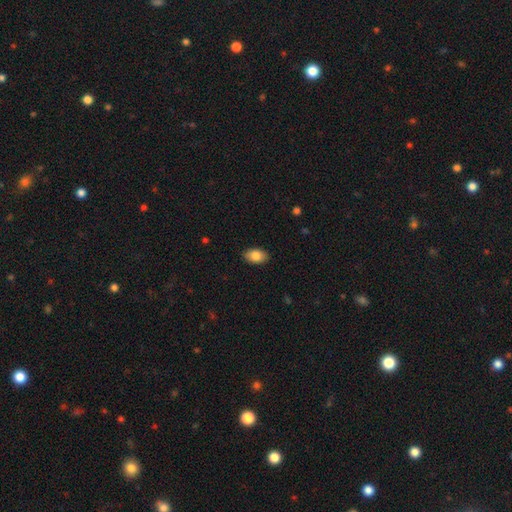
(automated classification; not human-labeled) A smooth galaxy with no disk features (84%) that is in between round and cigar-shaped (92%).

Vote fractions:
- Smooth or featured? smooth: 84% / featured or disk: 9% / star or artifact: 7%
- How rounded? in between: 92% / round: 7% / cigar-shaped: 1%
- Merging? none: 88% / minor disturbance: 9% / major disturbance: 2% / merger: 1%